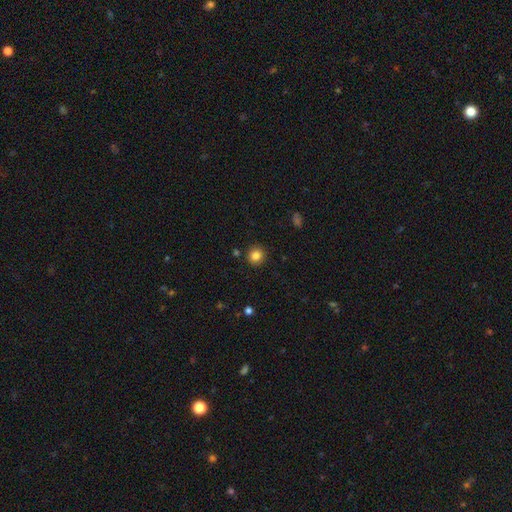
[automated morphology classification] Q: Smooth or featured?
A: smooth (84%); runner-up: star or artifact (11%)
Q: How rounded?
A: round (92%); runner-up: in between (7%)
Q: Merging?
A: none (90%); runner-up: minor disturbance (6%)